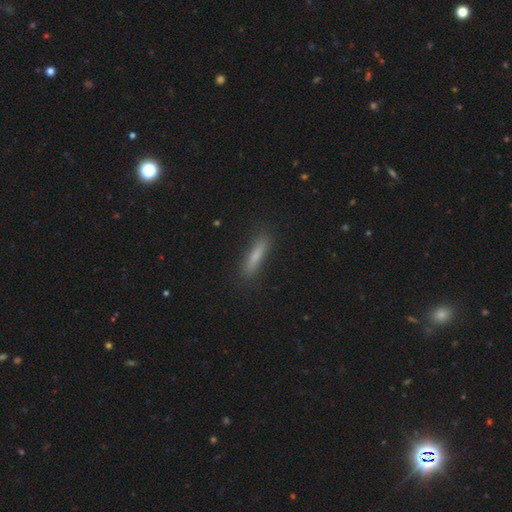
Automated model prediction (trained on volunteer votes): This is likely a smooth galaxy (74%). How rounded: clearly cigar-shaped (86%). Merging: clearly none (86%).